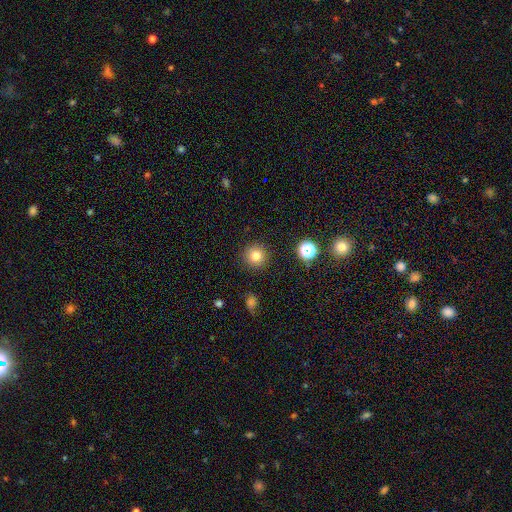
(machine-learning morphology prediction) A smooth galaxy with no disk features (79%) that is round (95%). Merging: none (90%).